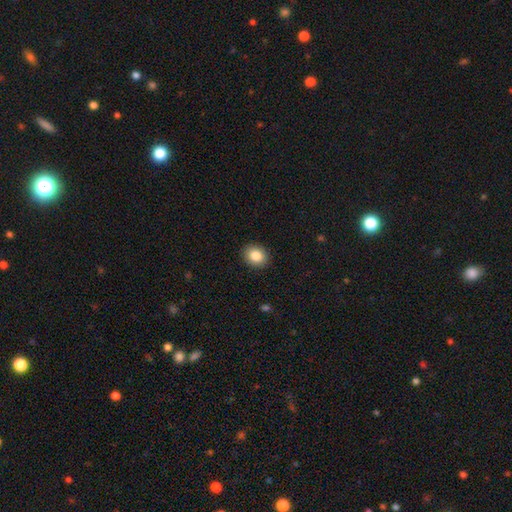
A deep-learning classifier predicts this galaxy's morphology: smooth 85%, star or artifact 9%, featured or disk 6%. Down the decision tree: how rounded — round (61%); merging — none (91%).